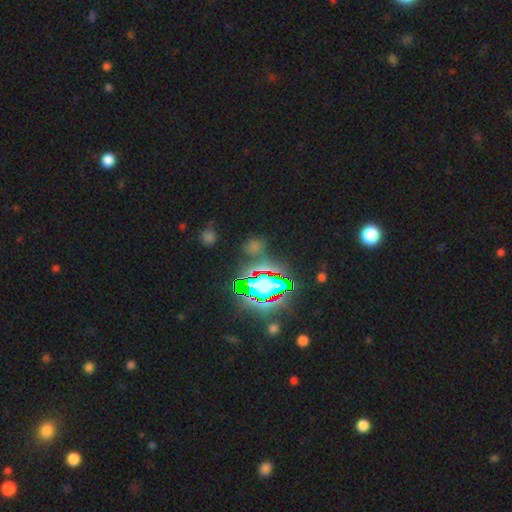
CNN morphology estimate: A star or artifact, not a galaxy (83%).